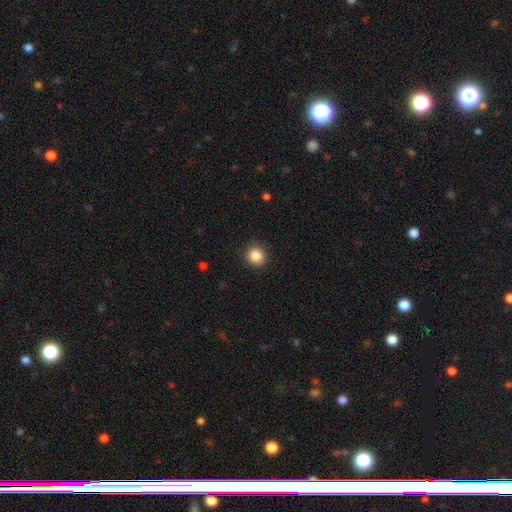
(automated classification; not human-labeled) smooth-or-featured: smooth: 87% | star or artifact: 9% | featured or disk: 4%
  how-rounded: round: 85% | in between: 14% | cigar-shaped: 1%
  merging: none: 90% | minor disturbance: 7% | major disturbance: 2% | merger: 1%